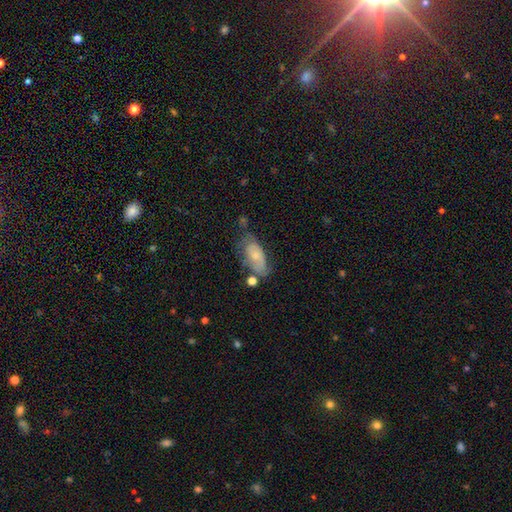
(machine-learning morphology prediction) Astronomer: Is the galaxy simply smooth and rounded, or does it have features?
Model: smooth — 62%.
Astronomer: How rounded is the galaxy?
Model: in between — 89%.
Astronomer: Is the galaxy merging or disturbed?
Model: none — 47% (runner-up: minor disturbance, 31%).